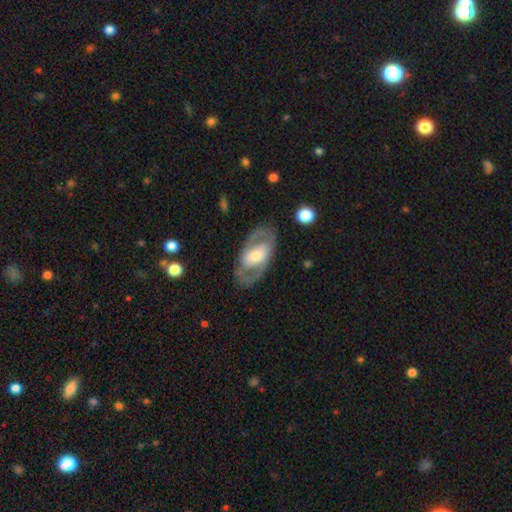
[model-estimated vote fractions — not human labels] Q: Smooth or featured?
A: featured or disk (70%); runner-up: smooth (25%)
Q: Edge-on disk?
A: no (92%); runner-up: yes (8%)
Q: Bar?
A: no (40%); runner-up: weak (34%)
Q: Spiral arms?
A: yes (59%); runner-up: no (41%)
Q: Bulge size?
A: moderate (54%); runner-up: small (28%)
Q: Merging?
A: none (78%); runner-up: minor disturbance (13%)